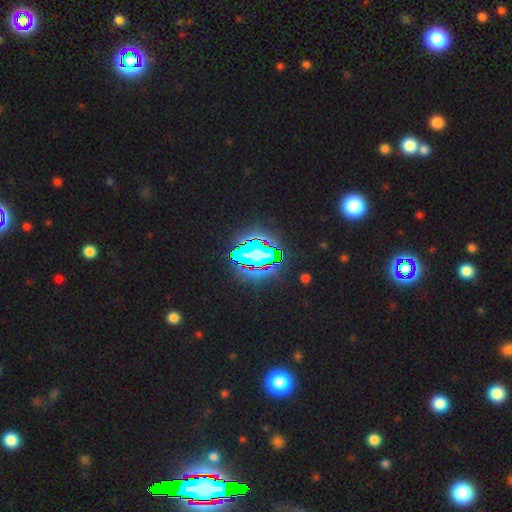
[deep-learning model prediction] The model was most divided on "smooth or featured": star or artifact: 79%, smooth: 12%, featured or disk: 9%.